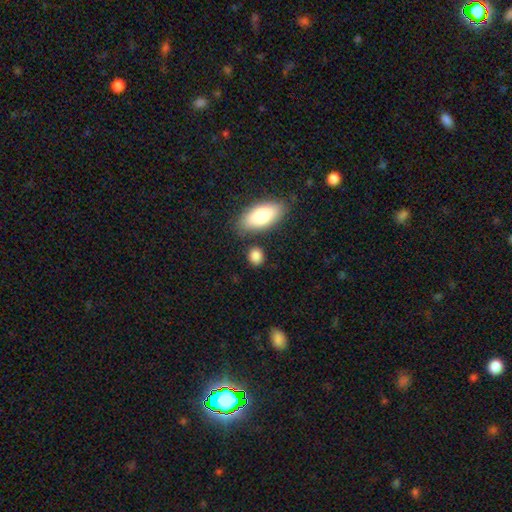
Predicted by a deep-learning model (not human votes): The model was most divided on "how rounded": round: 50%, in between: 46%, cigar-shaped: 4%. More confident: smooth or featured — smooth (86%); merging — none (77%).